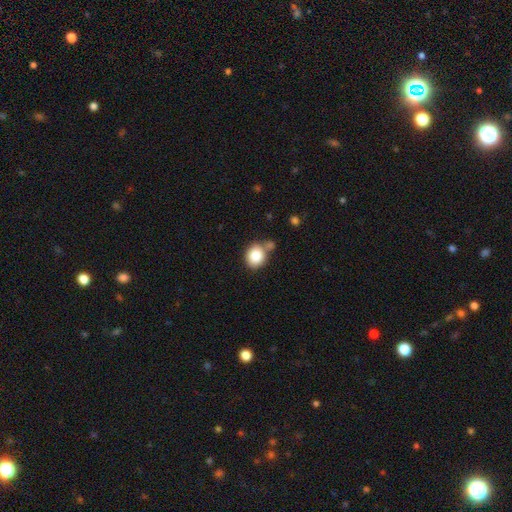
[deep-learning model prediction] smooth 83%, star or artifact 9%, featured or disk 8%. Down the decision tree: how rounded — round (67%); merging — none (62%).